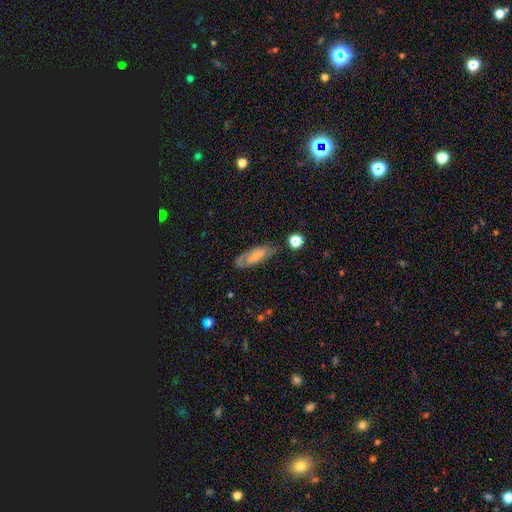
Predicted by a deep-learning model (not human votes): Overall: featured or disk (54%; smooth 38%). Edge-on disk: no (86%). Merging: none (72%).